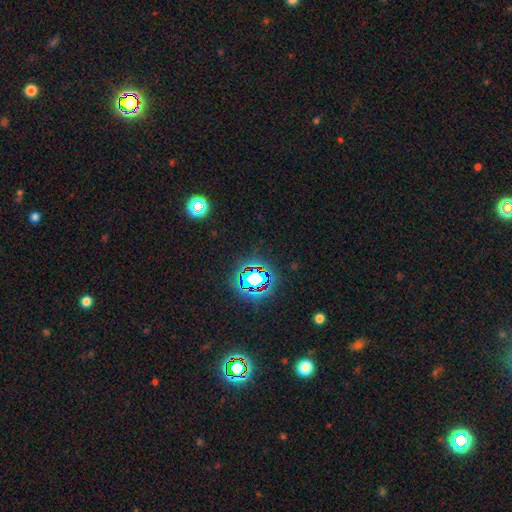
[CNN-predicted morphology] Smooth or featured: star or artifact — 77% (smooth — 15%)